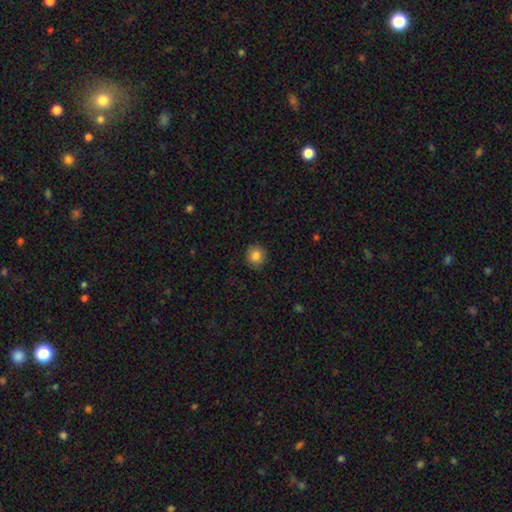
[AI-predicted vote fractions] smooth 85%, star or artifact 9%, featured or disk 6%. Down the decision tree: how rounded — round (91%); merging — none (89%).